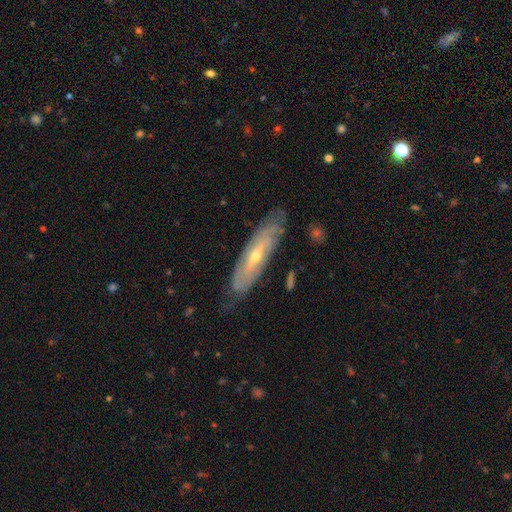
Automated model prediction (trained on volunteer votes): Smooth or featured: featured or disk — 73% (smooth — 21%)
Edge-on disk: no — 67% (yes — 33%)
Merging: none — 74% (minor disturbance — 20%)